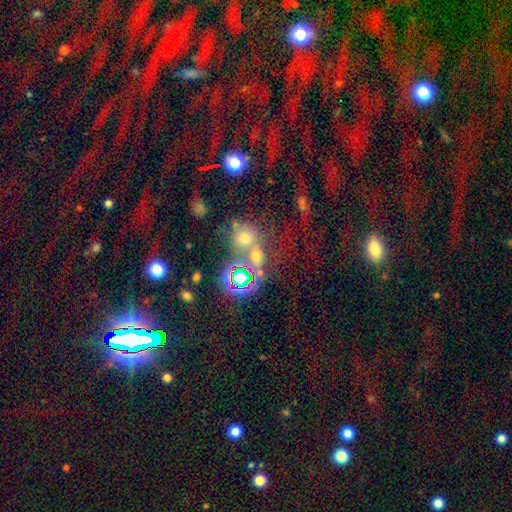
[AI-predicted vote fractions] Smooth or featured? smooth (49%)
Merging? merger (49%)